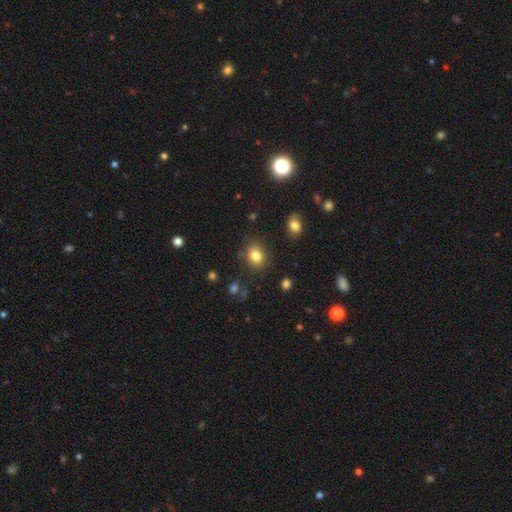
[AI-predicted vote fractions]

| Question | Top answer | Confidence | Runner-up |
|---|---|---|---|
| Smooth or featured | smooth | 82% | star or artifact (10%) |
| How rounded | in between | 54% | round (45%) |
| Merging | none | 82% | minor disturbance (12%) |